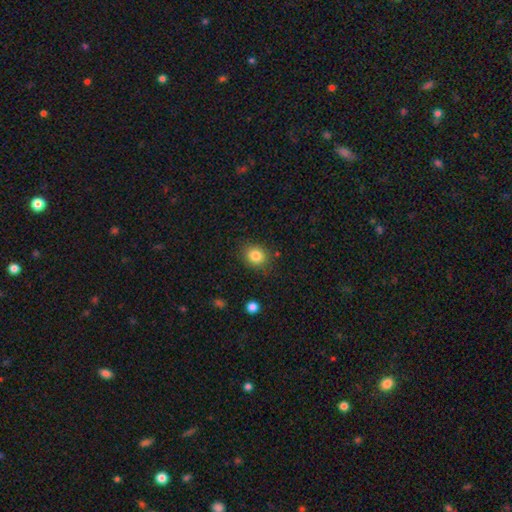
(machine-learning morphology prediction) smooth 84%, star or artifact 10%, featured or disk 6%. Down the decision tree: how rounded — round (68%); merging — none (85%).